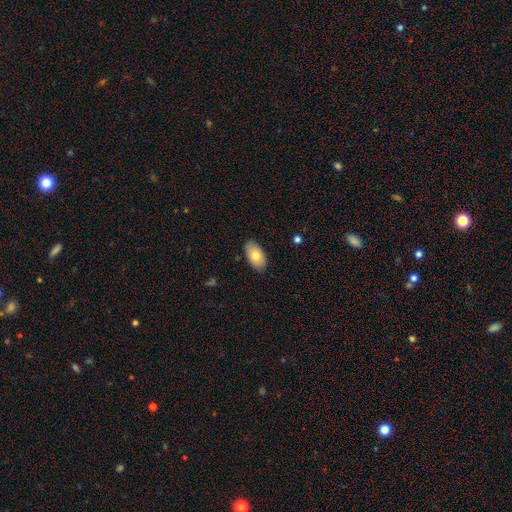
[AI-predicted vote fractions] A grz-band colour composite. It shows a smooth galaxy with no disk features (75%) that is in between round and cigar-shaped (94%). Merging: none (86%).